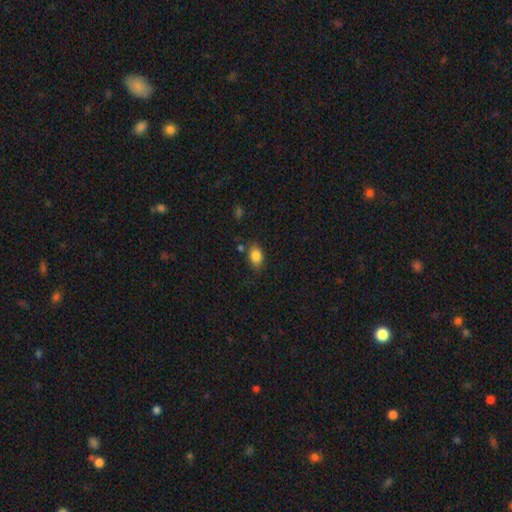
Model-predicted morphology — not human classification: smooth-or-featured: smooth: 85% | star or artifact: 9% | featured or disk: 6%
  how-rounded: in between: 82% | round: 16% | cigar-shaped: 2%
  merging: none: 71% | minor disturbance: 19% | merger: 5% | major disturbance: 5%